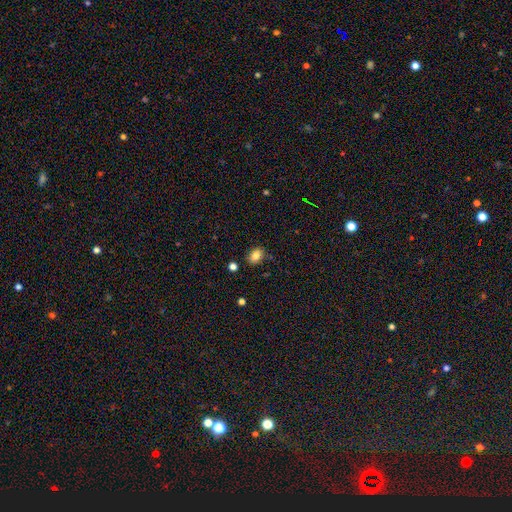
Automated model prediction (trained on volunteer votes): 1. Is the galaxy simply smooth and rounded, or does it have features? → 82% smooth, 11% star or artifact, 8% featured or disk.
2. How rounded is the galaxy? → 71% in between, 28% round, 1% cigar-shaped.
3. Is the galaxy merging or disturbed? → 81% none, 13% minor disturbance, 3% merger, 3% major disturbance.